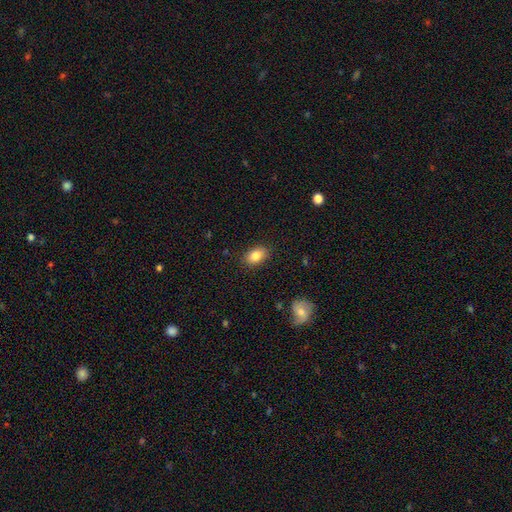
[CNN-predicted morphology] This appears to be a smooth galaxy with no disk features (85%) that is in between round and cigar-shaped (87%). Merging: none (86%).